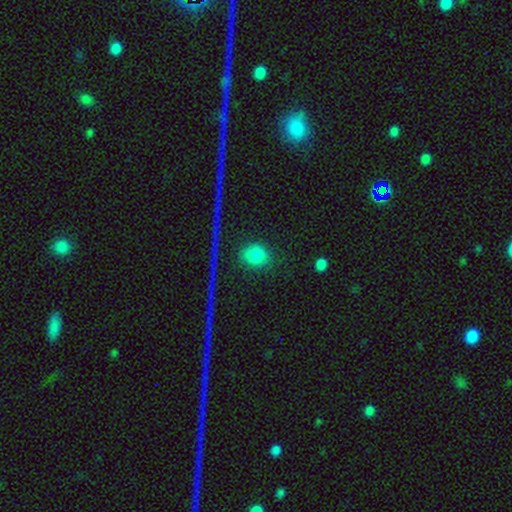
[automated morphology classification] Smooth or featured: smooth — 78% (star or artifact — 14%)
How rounded: round — 76% (in between — 21%)
Merging: none — 82% (minor disturbance — 10%)